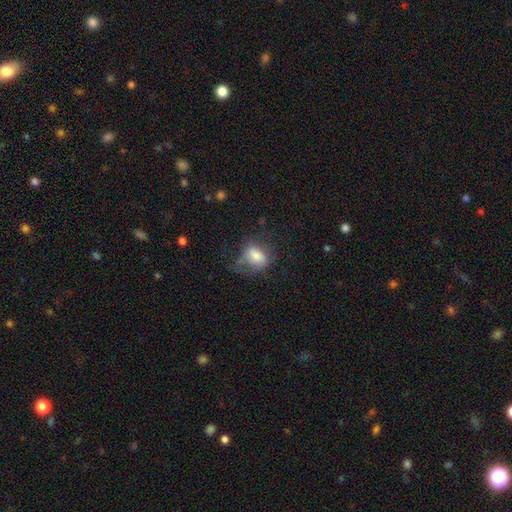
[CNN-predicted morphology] Smooth or featured: smooth — 72% (featured or disk — 18%)
How rounded: in between — 75% (round — 23%)
Merging: none — 39% (minor disturbance — 29%)